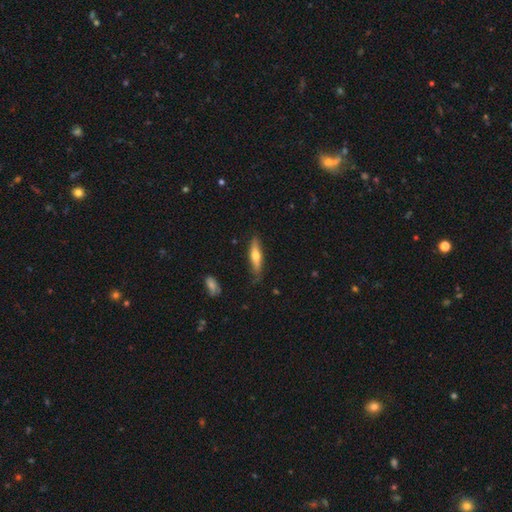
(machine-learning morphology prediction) Smooth or featured? Predicted: smooth (p=0.54). How rounded? Predicted: cigar-shaped (p=0.74). Merging? Predicted: none (p=0.75).